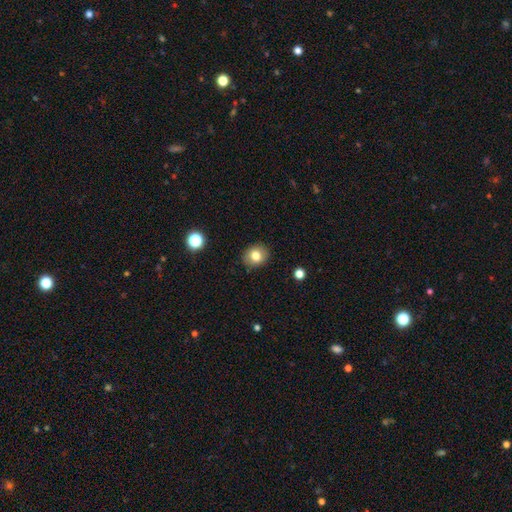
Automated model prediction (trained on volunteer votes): smooth_or_featured: smooth (p=0.79) [alt: featured or disk p=0.11]
how_rounded: round (p=0.60) [alt: in between p=0.39]
merging: none (p=0.88) [alt: minor disturbance p=0.09]